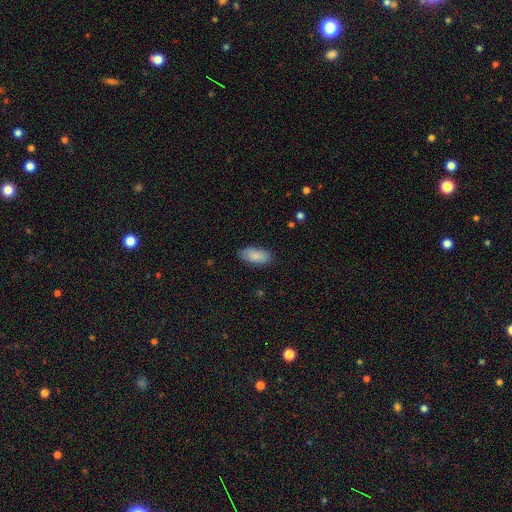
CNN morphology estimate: This appears to be a smooth galaxy with no disk features (88%) that is in between round and cigar-shaped (91%). Merging: none (85%).